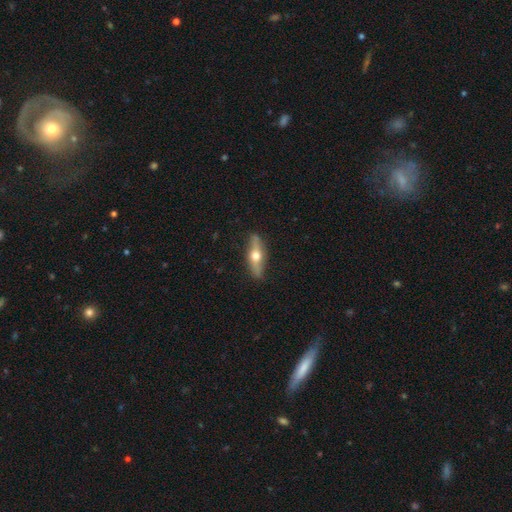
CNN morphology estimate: Smooth or featured? featured or disk (60%)
Edge-on disk? yes (86%)
Edge-on bulge? rounded (96%)
Merging? none (86%)